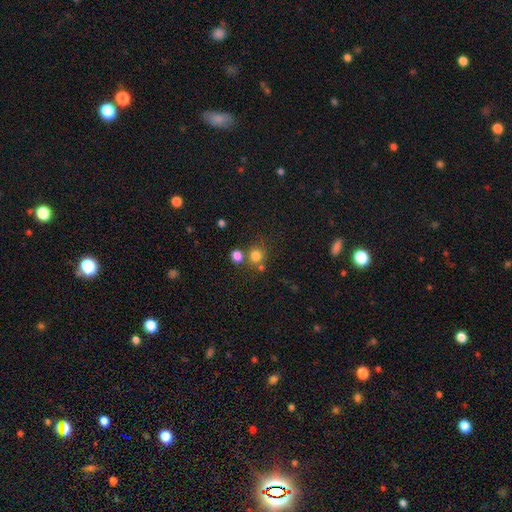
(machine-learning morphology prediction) The model was most divided on "merging": none: 65%, merger: 22%, minor disturbance: 9%, major disturbance: 4%. More confident: how rounded — round (88%); smooth or featured — smooth (78%).